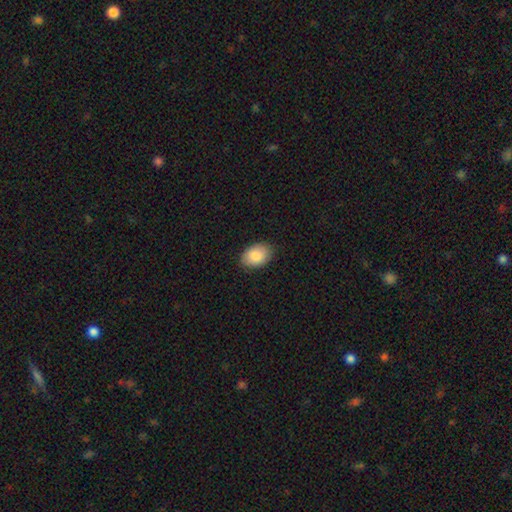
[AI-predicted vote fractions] A smooth galaxy with no disk features (88%) that is in between round and cigar-shaped (87%). Merging: none (85%).